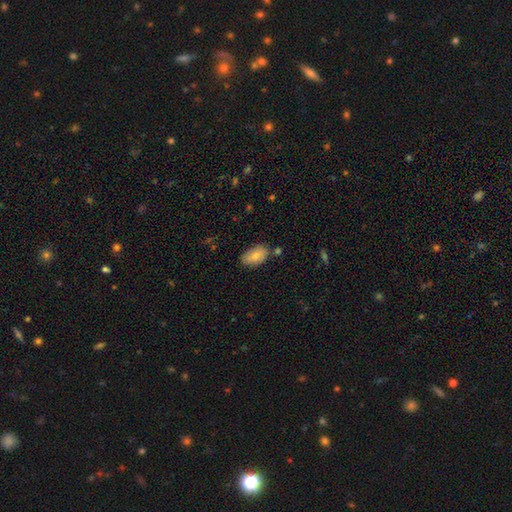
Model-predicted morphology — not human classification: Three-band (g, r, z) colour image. It shows a smooth galaxy with no disk features (80%) that is in between round and cigar-shaped (93%). Merging: none (73%).